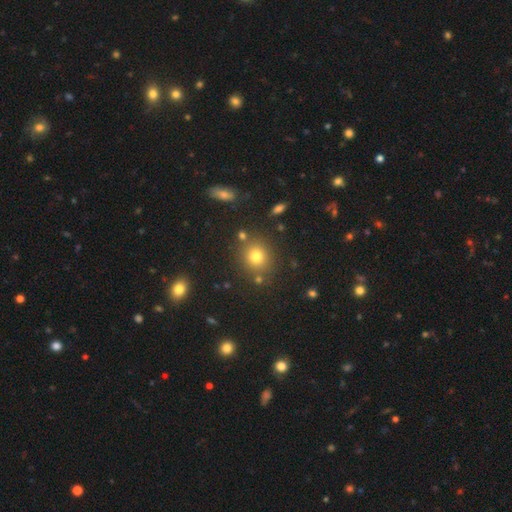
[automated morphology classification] Smooth or featured? smooth (76%)
How rounded? round (83%)
Merging? none (81%)